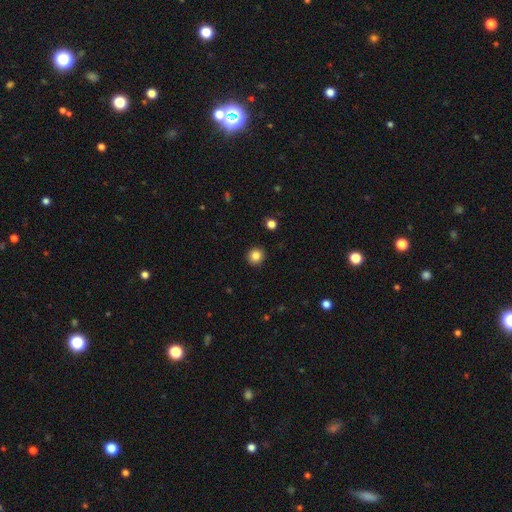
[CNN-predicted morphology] A smooth galaxy with no disk features (85%) that is round (93%).

Vote fractions:
- Smooth or featured? smooth: 85% / star or artifact: 10% / featured or disk: 5%
- How rounded? round: 93% / in between: 6% / cigar-shaped: 1%
- Merging? none: 93% / minor disturbance: 5% / major disturbance: 2% / merger: 1%